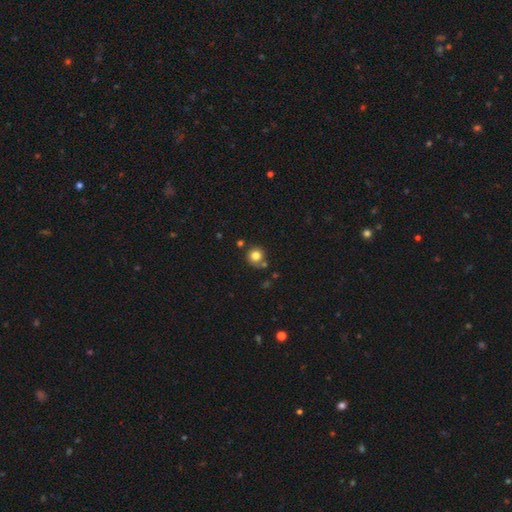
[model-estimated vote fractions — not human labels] smooth 81%, star or artifact 12%, featured or disk 7%. Down the decision tree: how rounded — round (91%); merging — none (74%).